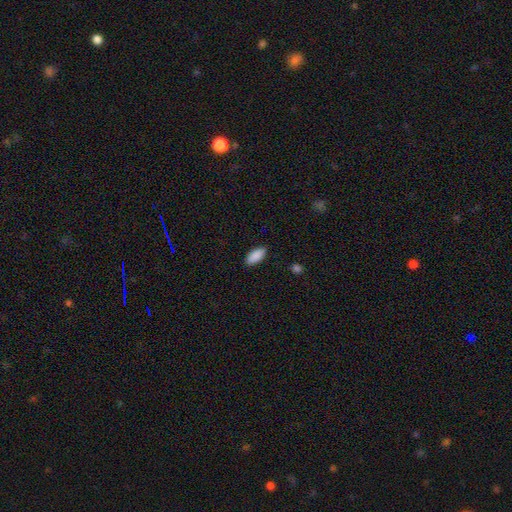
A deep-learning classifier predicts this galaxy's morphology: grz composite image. It shows a smooth galaxy with no disk features (90%) that is in between round and cigar-shaped (92%). Merging: none (89%).